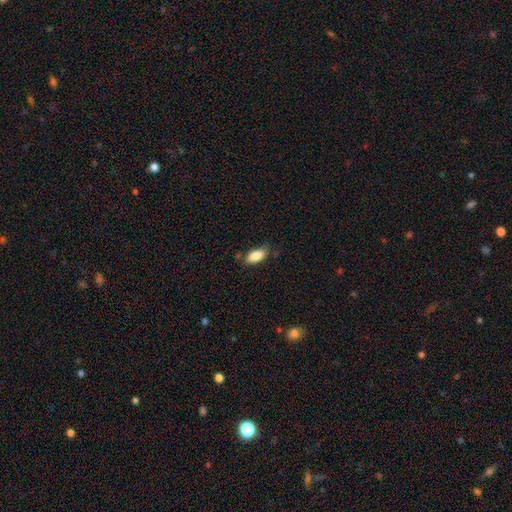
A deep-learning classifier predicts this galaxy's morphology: Smooth or featured? Predicted: smooth (p=0.85). How rounded? Predicted: in between (p=0.88). Merging? Predicted: none (p=0.71).